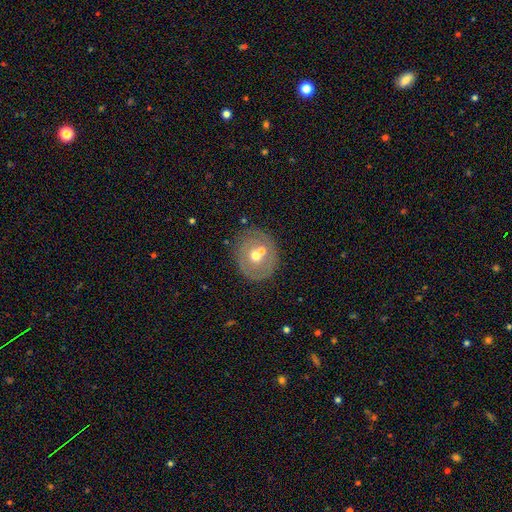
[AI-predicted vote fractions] This is possibly a featured or disk galaxy (48%). Merging: possibly none (59%).